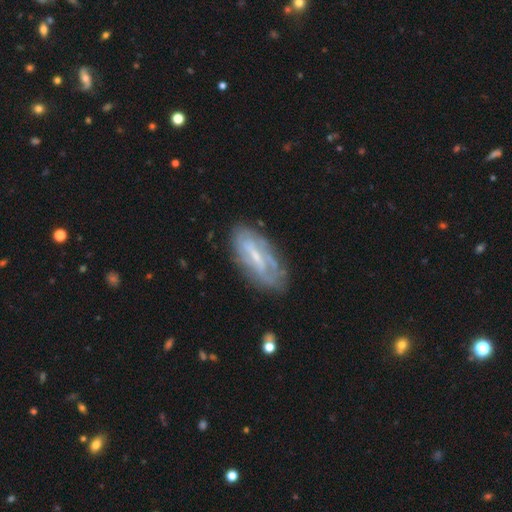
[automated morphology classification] A featured or disk galaxy (66%) with a weak bar (42%), spiral arms (59%) and a small central bulge (57%). Merging: none (71%).